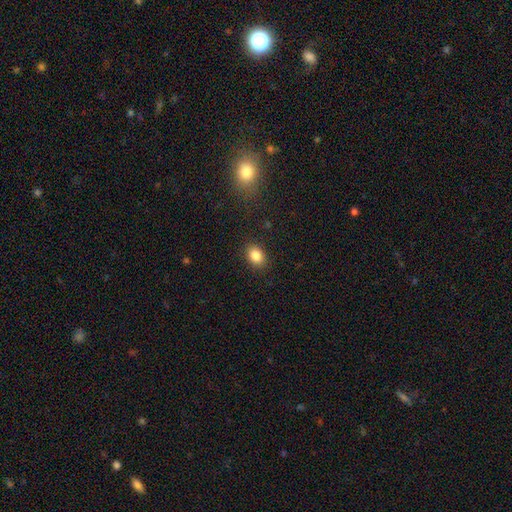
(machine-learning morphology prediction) Smooth or featured?
  - smooth: 84% *
  - star or artifact: 10%
  - featured or disk: 6%
How rounded?
  - in between: 67% *
  - round: 32%
  - cigar-shaped: 1%
Merging?
  - none: 88% *
  - minor disturbance: 9%
  - major disturbance: 2%
  - merger: 1%